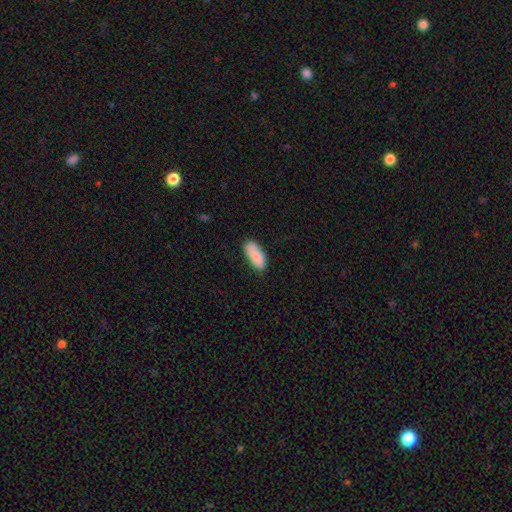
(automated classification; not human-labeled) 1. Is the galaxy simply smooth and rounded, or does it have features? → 87% smooth, 6% star or artifact, 6% featured or disk.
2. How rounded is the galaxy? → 82% in between, 16% cigar-shaped, 2% round.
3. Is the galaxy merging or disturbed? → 74% none, 20% minor disturbance, 4% major disturbance, 2% merger.